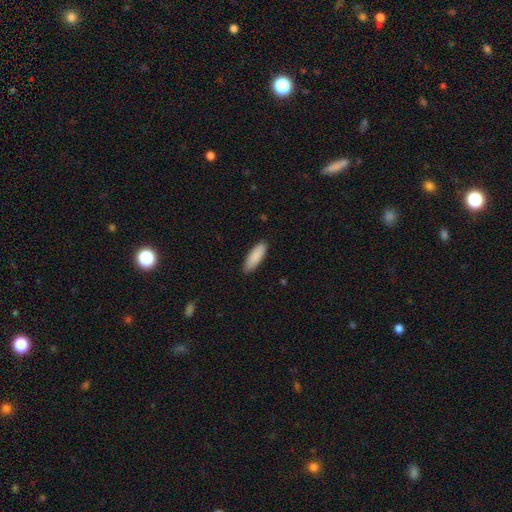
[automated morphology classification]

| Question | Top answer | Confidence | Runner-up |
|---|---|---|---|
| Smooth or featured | smooth | 89% | featured or disk (5%) |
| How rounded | in between | 60% | cigar-shaped (38%) |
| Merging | none | 86% | minor disturbance (11%) |